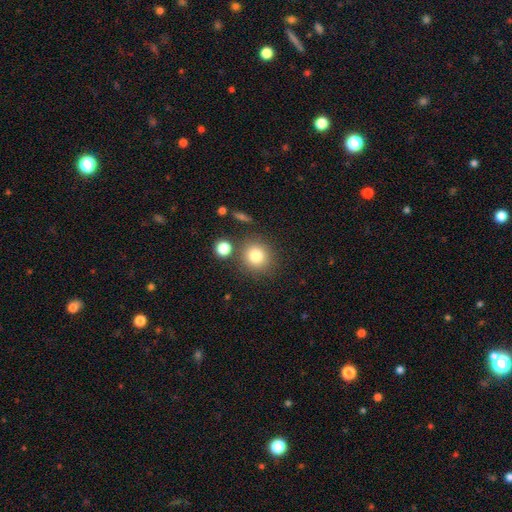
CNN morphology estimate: Smooth or featured? Predicted: smooth (p=0.81). How rounded? Predicted: round (p=0.89). Merging? Predicted: none (p=0.79).